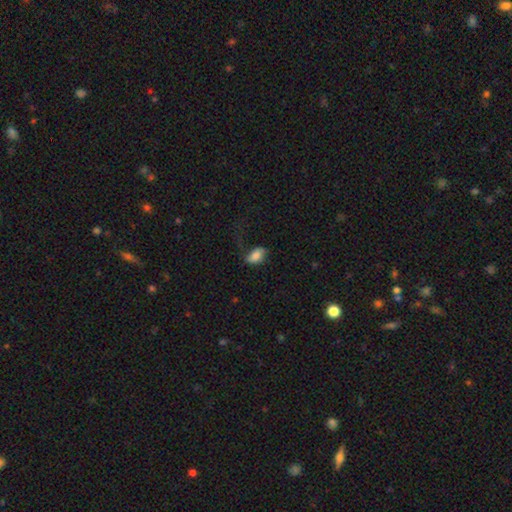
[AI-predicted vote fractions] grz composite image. It shows a smooth galaxy with no disk features (76%) that is in between round and cigar-shaped (90%). Merging: none (42%).